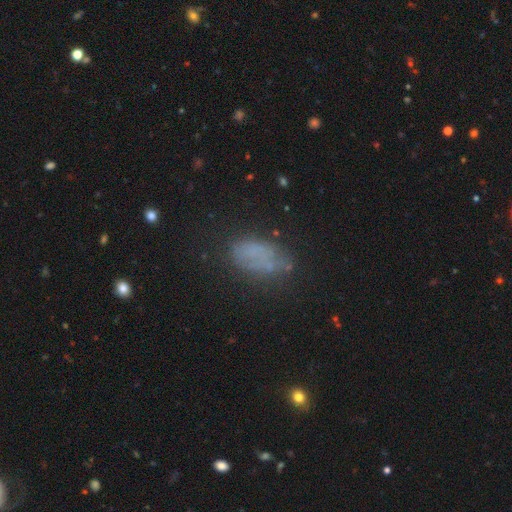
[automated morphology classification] A smooth galaxy with no disk features (60%) that is in between round and cigar-shaped (89%).

Vote fractions:
- Smooth or featured? smooth: 60% / featured or disk: 24% / star or artifact: 16%
- How rounded? in between: 89% / round: 6% / cigar-shaped: 5%
- Merging? none: 55% / minor disturbance: 24% / major disturbance: 16% / merger: 5%